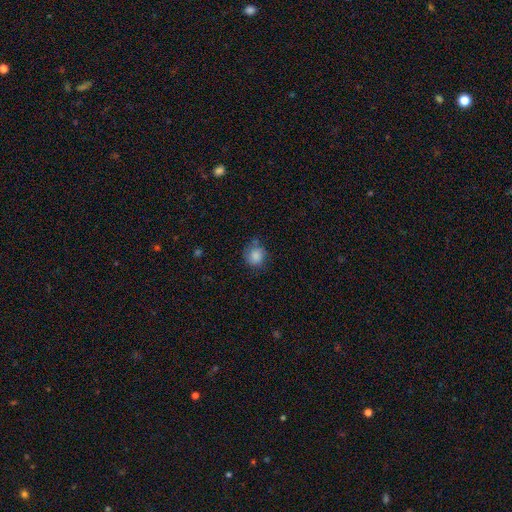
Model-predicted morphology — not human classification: Smooth or featured?
  - smooth: 81% *
  - featured or disk: 11%
  - star or artifact: 9%
How rounded?
  - round: 78% *
  - in between: 21%
  - cigar-shaped: 1%
Merging?
  - none: 60% *
  - minor disturbance: 28%
  - major disturbance: 9%
  - merger: 4%